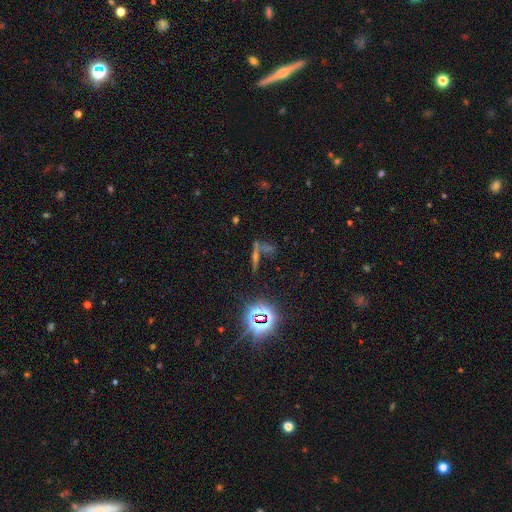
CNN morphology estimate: smooth-or-featured: star or artifact: 51% | smooth: 27% | featured or disk: 23%